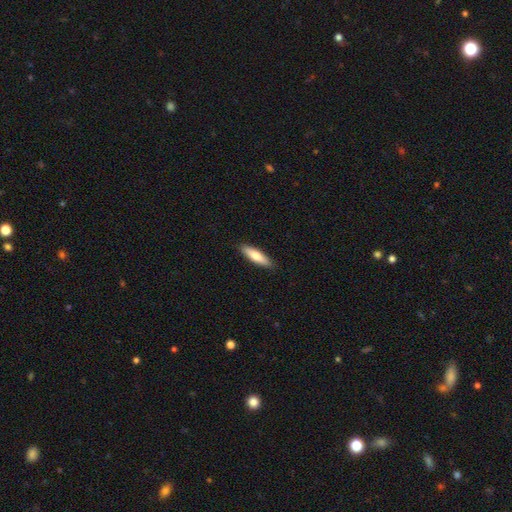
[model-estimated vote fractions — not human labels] smooth 71%, featured or disk 23%, star or artifact 5%. Down the decision tree: how rounded — cigar-shaped (66%); merging — none (90%).